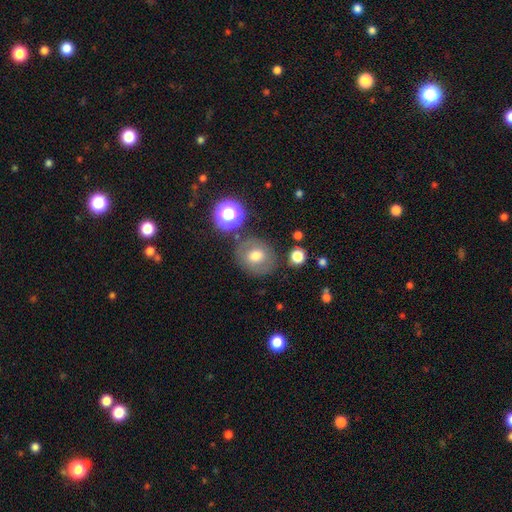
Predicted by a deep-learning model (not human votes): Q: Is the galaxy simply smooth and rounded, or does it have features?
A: smooth — 67%.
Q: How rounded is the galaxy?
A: round — 73%.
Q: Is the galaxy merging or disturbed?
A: none — 77%.